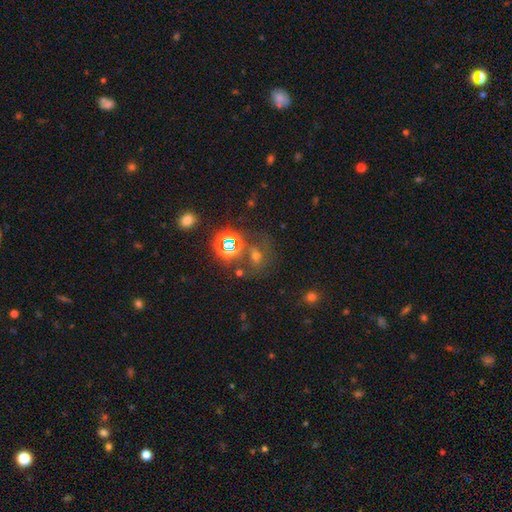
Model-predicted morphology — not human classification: smooth-or-featured: star or artifact: 44% | smooth: 41% | featured or disk: 14%